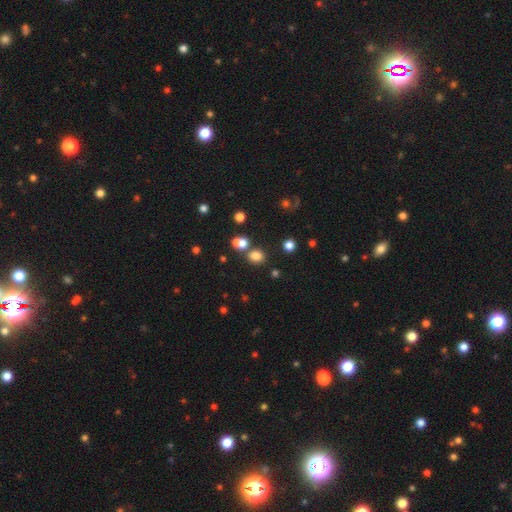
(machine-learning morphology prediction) A smooth galaxy with no disk features (76%) that is round (70%). Merging: none (65%).